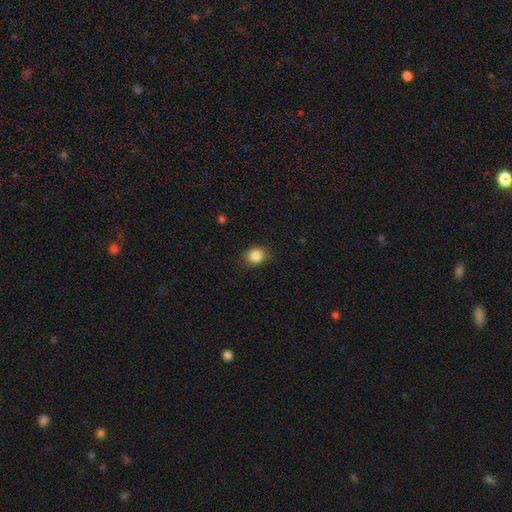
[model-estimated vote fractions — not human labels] smooth 87%, star or artifact 10%, featured or disk 4%. Down the decision tree: how rounded — round (68%); merging — none (84%).